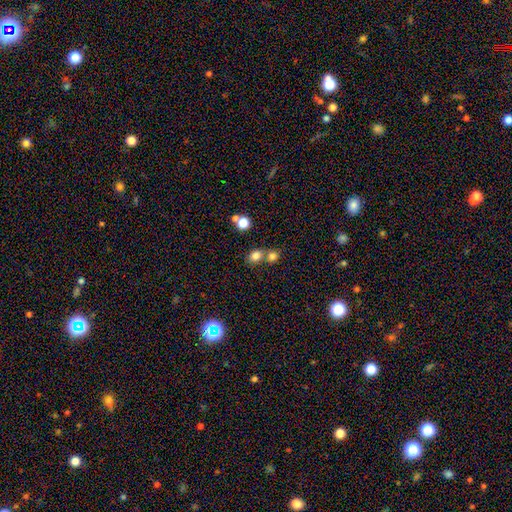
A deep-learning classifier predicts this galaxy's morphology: smooth_or_featured: smooth (p=0.79) [alt: star or artifact p=0.14]
how_rounded: round (p=0.61) [alt: in between p=0.38]
merging: none (p=0.52) [alt: merger p=0.37]